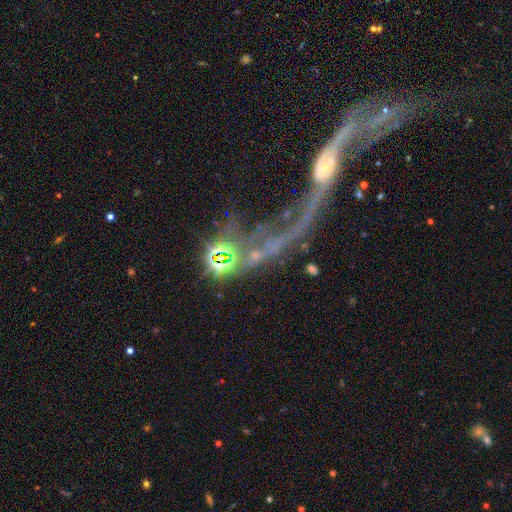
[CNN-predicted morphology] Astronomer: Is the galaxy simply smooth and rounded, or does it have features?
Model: star or artifact — 51% (runner-up: featured or disk, 31%).